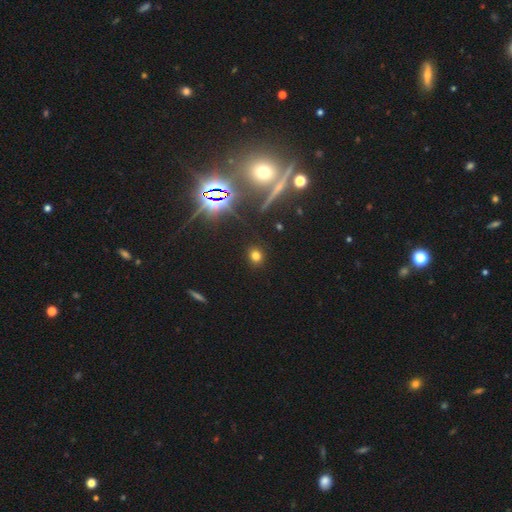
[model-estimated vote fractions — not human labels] Smooth or featured? Predicted: smooth (p=0.70). How rounded? Predicted: round (p=0.77). Merging? Predicted: none (p=0.90).